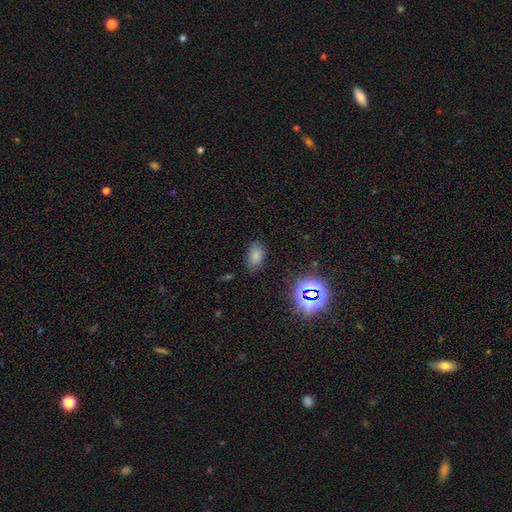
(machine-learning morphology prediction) Q: Smooth or featured?
A: smooth (73%); runner-up: star or artifact (20%)
Q: How rounded?
A: in between (88%); runner-up: round (10%)
Q: Merging?
A: none (80%); runner-up: minor disturbance (15%)